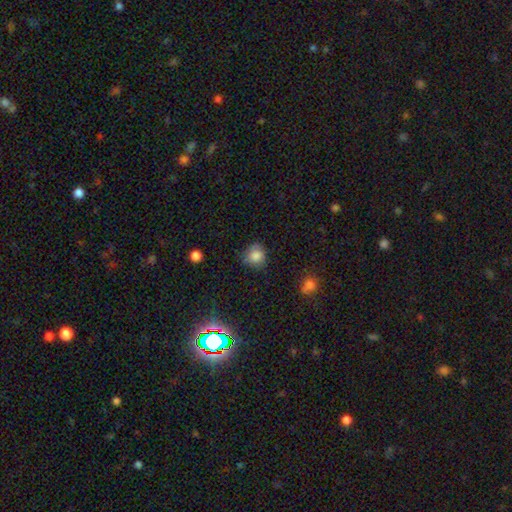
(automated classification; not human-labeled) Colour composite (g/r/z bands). It shows a smooth galaxy with no disk features (81%) that is round (76%). Merging: none (62%).